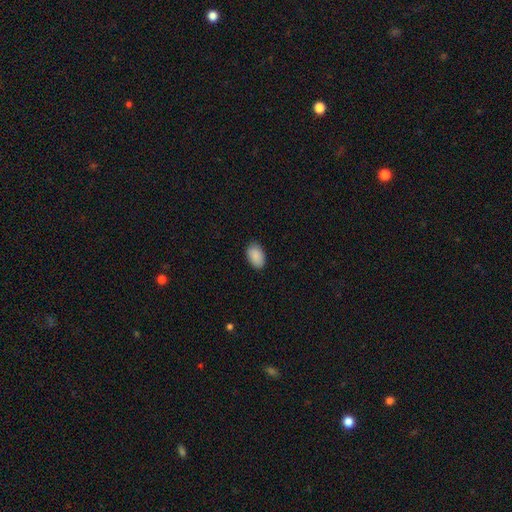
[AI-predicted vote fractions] Smooth or featured? Predicted: smooth (p=0.90). How rounded? Predicted: in between (p=0.90). Merging? Predicted: none (p=0.87).